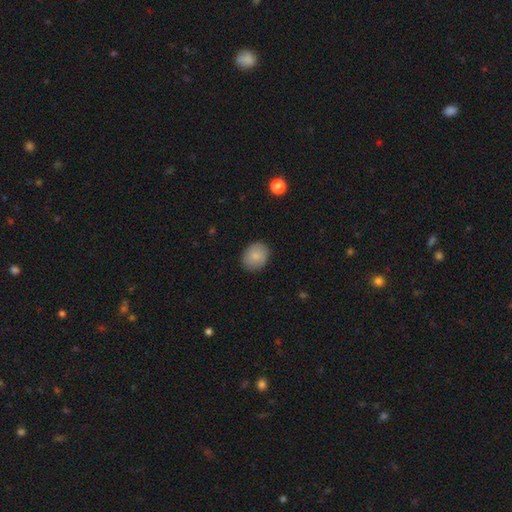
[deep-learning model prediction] smooth-or-featured: smooth: 84% | featured or disk: 8% | star or artifact: 7%
  how-rounded: round: 55% | in between: 44% | cigar-shaped: 1%
  merging: none: 86% | minor disturbance: 11% | major disturbance: 2% | merger: 1%